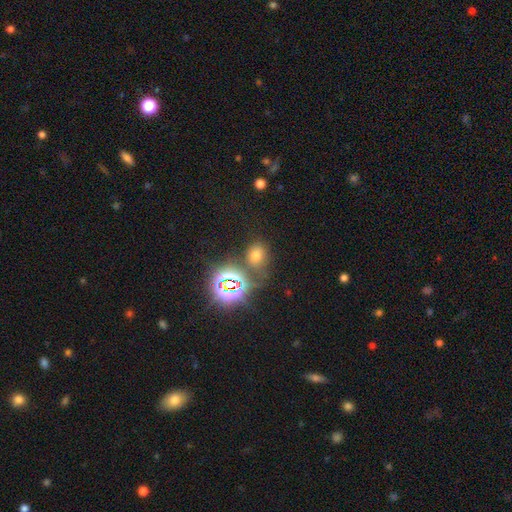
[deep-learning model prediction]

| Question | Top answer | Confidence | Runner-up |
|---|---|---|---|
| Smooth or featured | smooth | 57% | star or artifact (35%) |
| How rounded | in between | 50% | round (48%) |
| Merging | none | 70% | minor disturbance (14%) |